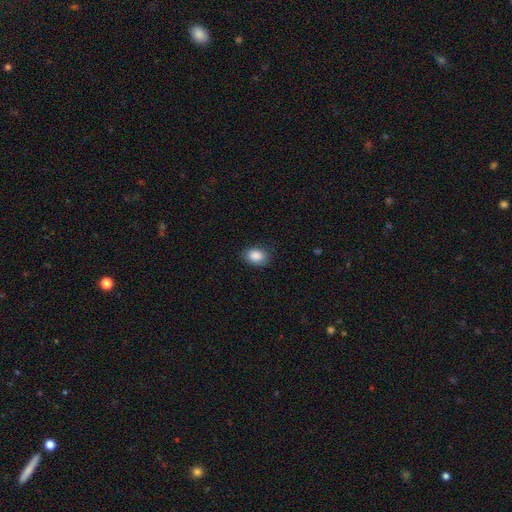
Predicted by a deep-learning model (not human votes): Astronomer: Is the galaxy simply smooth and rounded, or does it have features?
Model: smooth — 88%.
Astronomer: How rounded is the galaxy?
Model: in between — 77%.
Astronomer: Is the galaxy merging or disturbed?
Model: none — 83%.